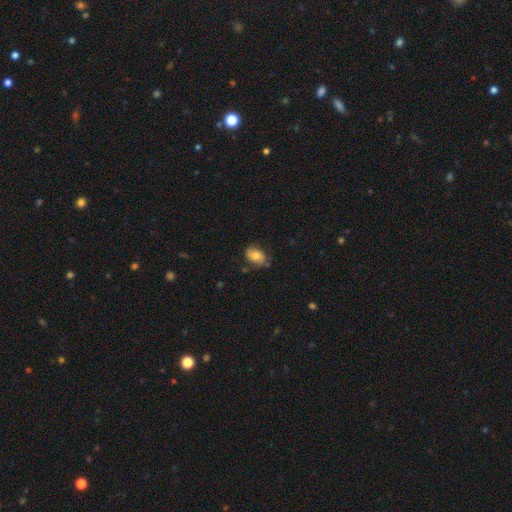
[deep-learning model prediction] Smooth or featured? smooth (69%)
How rounded? in between (77%)
Merging? none (63%)